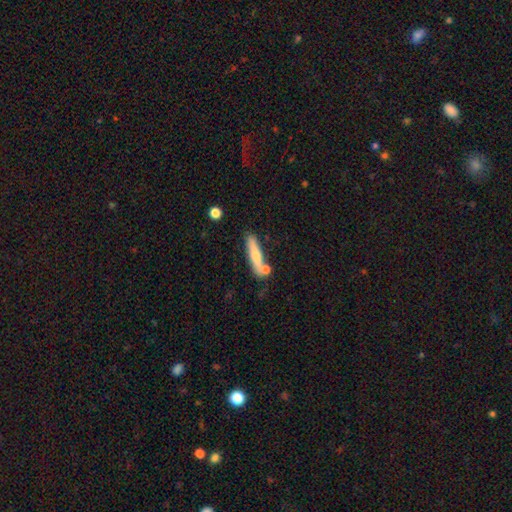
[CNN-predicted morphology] The model was most divided on "smooth or featured": smooth: 63%, featured or disk: 30%, star or artifact: 7%. More confident: how rounded — cigar-shaped (81%); merging — none (66%).